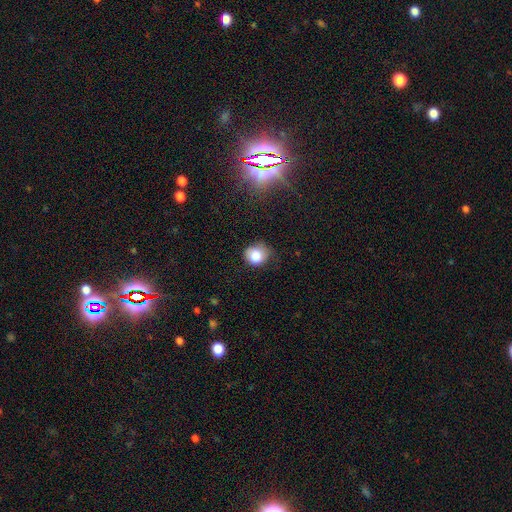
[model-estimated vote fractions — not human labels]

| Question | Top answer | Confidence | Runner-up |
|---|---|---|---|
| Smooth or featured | smooth | 83% | star or artifact (9%) |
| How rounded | round | 76% | in between (23%) |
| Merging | none | 55% | minor disturbance (34%) |